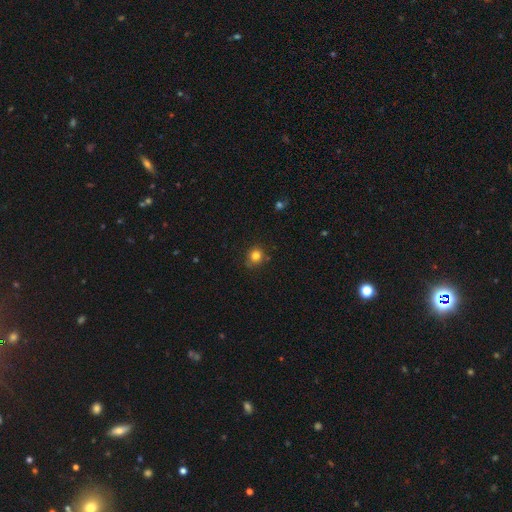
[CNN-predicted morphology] Smooth or featured? Predicted: smooth (p=0.81). How rounded? Predicted: round (p=0.84). Merging? Predicted: none (p=0.81).